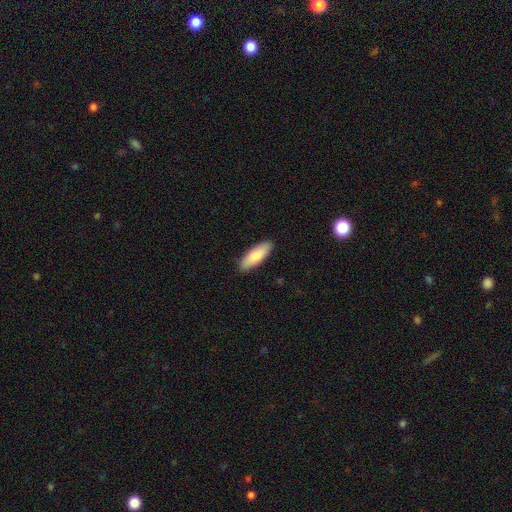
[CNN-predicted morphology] smooth 83%, featured or disk 12%, star or artifact 5%. Down the decision tree: how rounded — in between (63%); merging — none (90%).